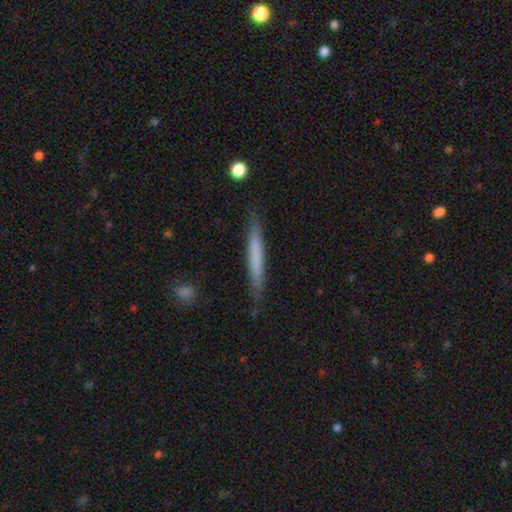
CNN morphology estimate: This is likely a smooth galaxy (62%). How rounded: clearly cigar-shaped (96%). Merging: clearly none (87%).